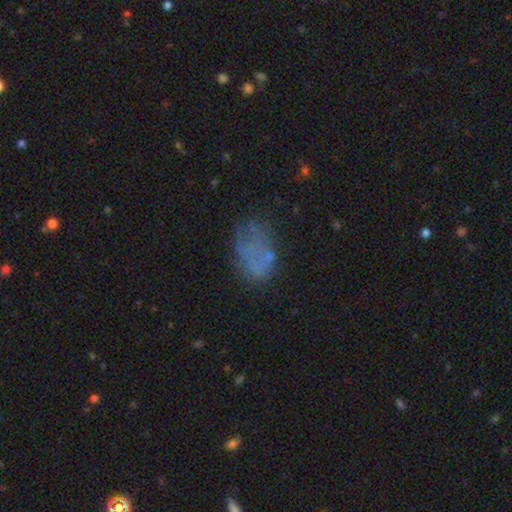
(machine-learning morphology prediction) A smooth galaxy with no disk features (49%). Merging: none (49%).